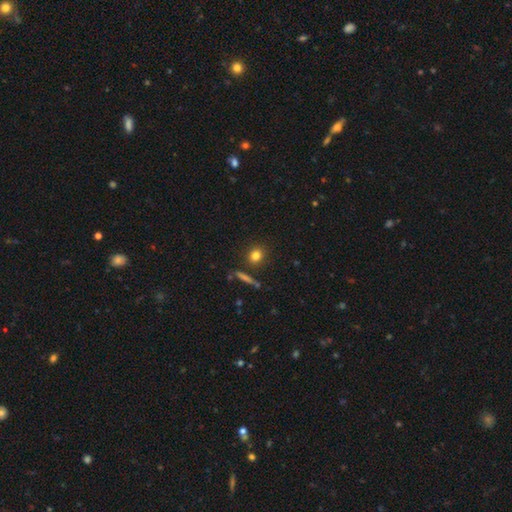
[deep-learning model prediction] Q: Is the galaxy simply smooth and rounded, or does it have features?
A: smooth — 81%.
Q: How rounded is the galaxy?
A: round — 79%.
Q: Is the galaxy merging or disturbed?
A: none — 85%.